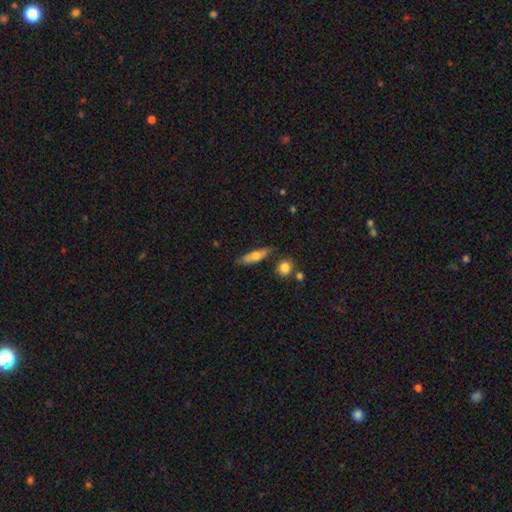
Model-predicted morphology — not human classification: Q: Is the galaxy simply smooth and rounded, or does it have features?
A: smooth — 66%.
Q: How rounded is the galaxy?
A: cigar-shaped — 54%.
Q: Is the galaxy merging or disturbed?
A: none — 74%.